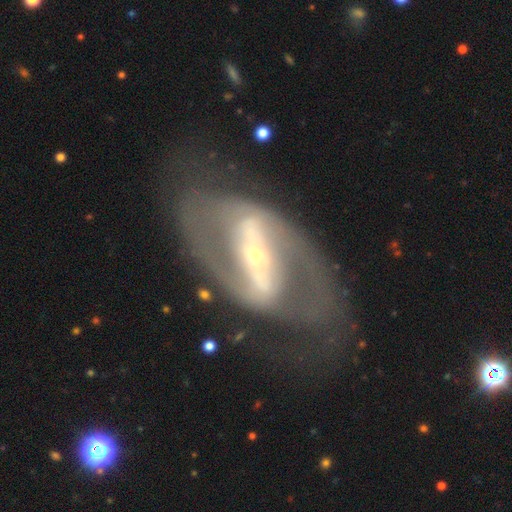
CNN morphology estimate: The model was most divided on "spiral winding": medium: 48%, loose: 30%, tight: 22%. More confident: edge-on disk — no (94%); spiral arm count — 2 (88%); smooth or featured — featured or disk (88%); spiral arms — yes (82%); bulge size — small (74%); bar — strong (72%); merging — none (57%).